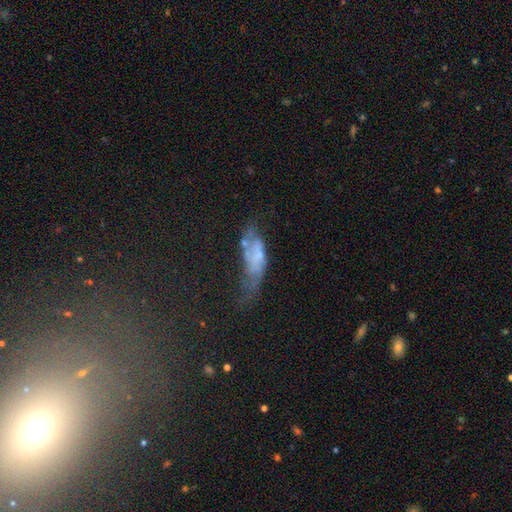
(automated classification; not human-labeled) This appears to be a featured or disk galaxy (50%). Merging: major disturbance (36%).